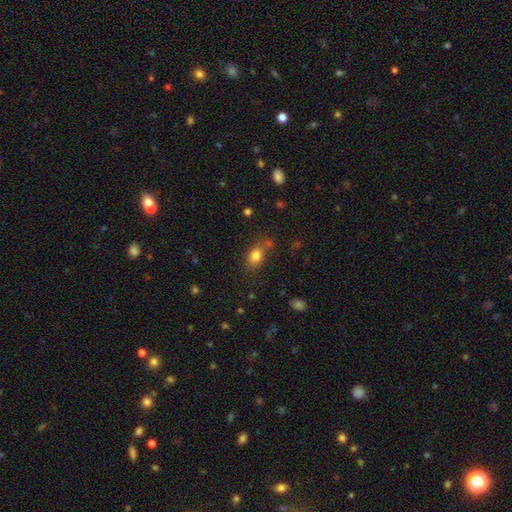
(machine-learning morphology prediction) A smooth galaxy with no disk features (81%) that is in between round and cigar-shaped (72%).

Vote fractions:
- Smooth or featured? smooth: 81% / star or artifact: 11% / featured or disk: 8%
- How rounded? in between: 72% / round: 26% / cigar-shaped: 3%
- Merging? none: 67% / minor disturbance: 18% / merger: 8% / major disturbance: 6%